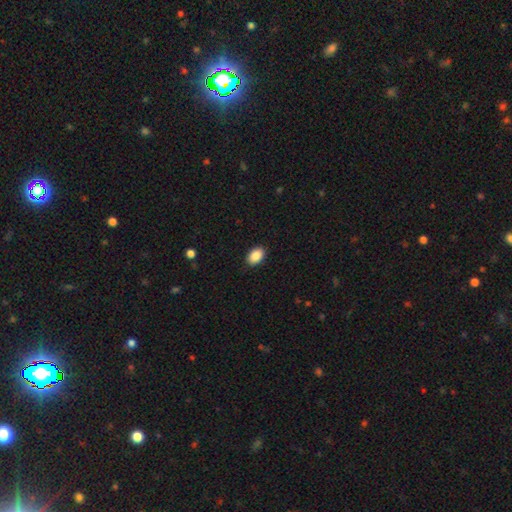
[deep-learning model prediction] smooth-or-featured: smooth: 89% | star or artifact: 7% | featured or disk: 4%
  how-rounded: in between: 87% | round: 11% | cigar-shaped: 1%
  merging: none: 90% | minor disturbance: 8% | major disturbance: 2% | merger: 1%